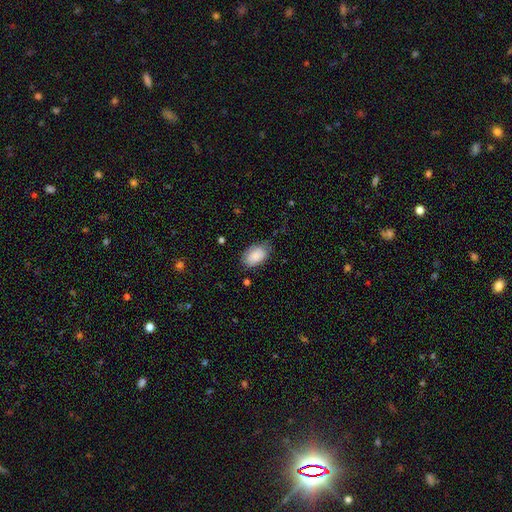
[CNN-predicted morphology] smooth 86%, featured or disk 8%, star or artifact 7%. Down the decision tree: how rounded — in between (92%); merging — none (63%).